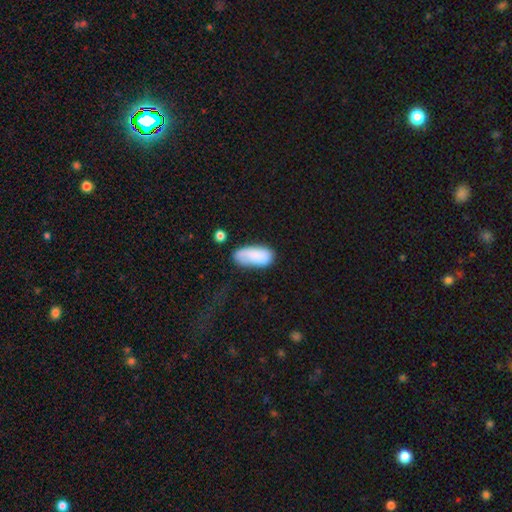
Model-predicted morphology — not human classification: This is likely a smooth galaxy (79%). How rounded: clearly in between (90%). Merging: possibly none (49%).